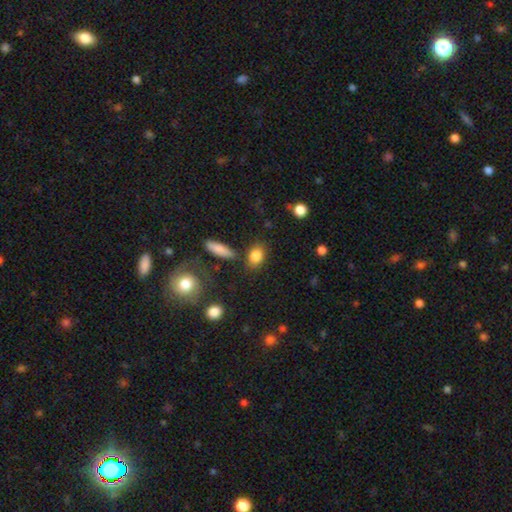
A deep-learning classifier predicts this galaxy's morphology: type=smooth (84%); roundness=in between (73%); merging=none (75%).